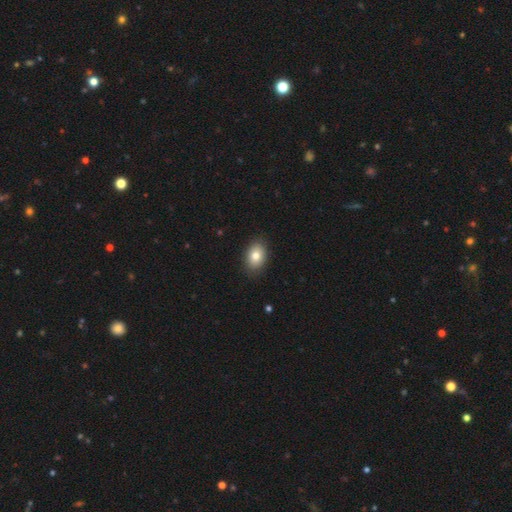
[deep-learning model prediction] Smooth or featured? smooth (82%)
How rounded? in between (81%)
Merging? none (88%)